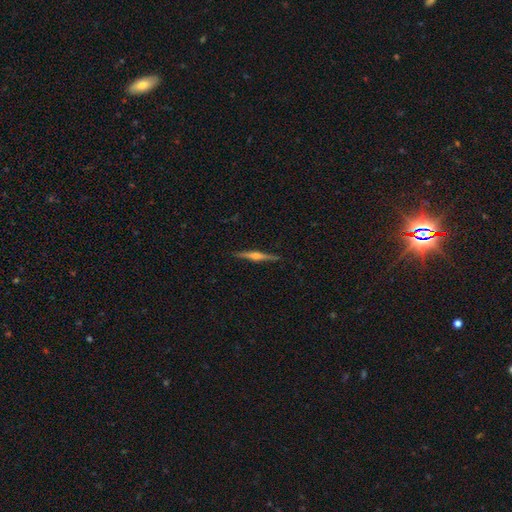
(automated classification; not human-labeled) A featured or disk galaxy (78%) viewed edge-on (98%) with a rounded central bulge (90%). Merging: none (91%).